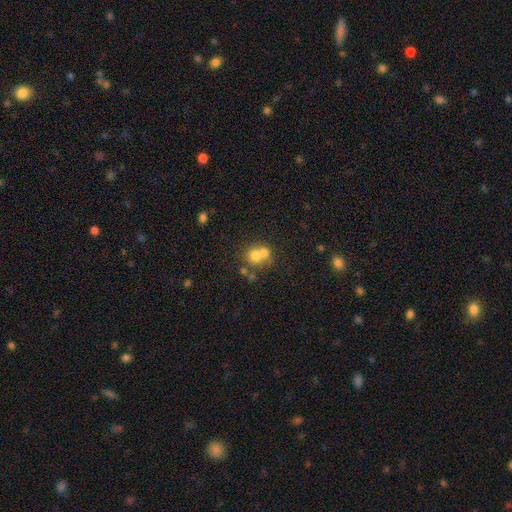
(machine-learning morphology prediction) Smooth or featured? Predicted: smooth (p=0.65). How rounded? Predicted: round (p=0.80). Merging? Predicted: merger (p=0.55).